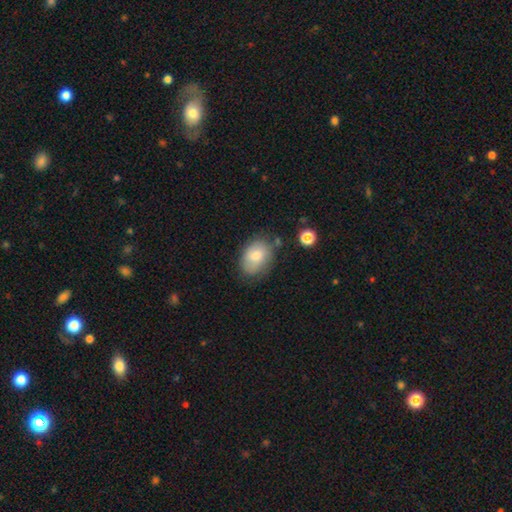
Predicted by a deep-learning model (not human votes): This appears to be a smooth galaxy with no disk features (76%) that is in between round and cigar-shaped (75%). Merging: none (67%).